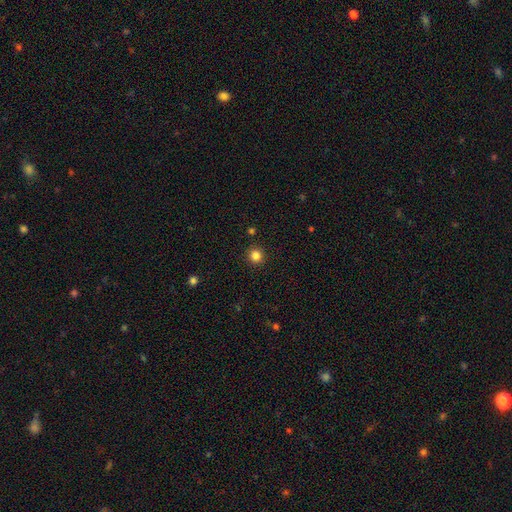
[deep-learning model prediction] Smooth or featured? Predicted: smooth (p=0.84). How rounded? Predicted: round (p=0.94). Merging? Predicted: none (p=0.92).